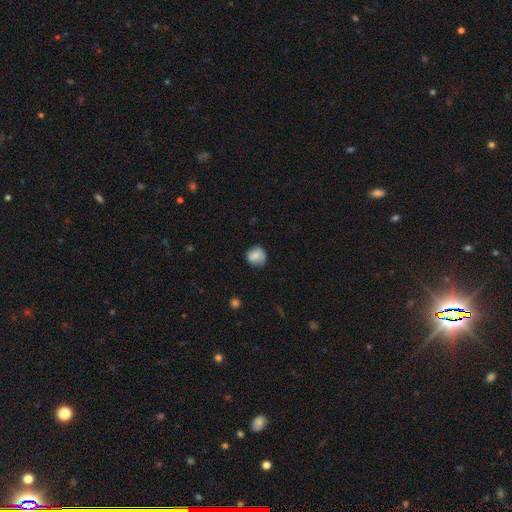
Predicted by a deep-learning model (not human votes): The model was most divided on "merging": none: 64%, minor disturbance: 27%, major disturbance: 8%, merger: 2%. More confident: how rounded — round (79%); smooth or featured — smooth (74%).